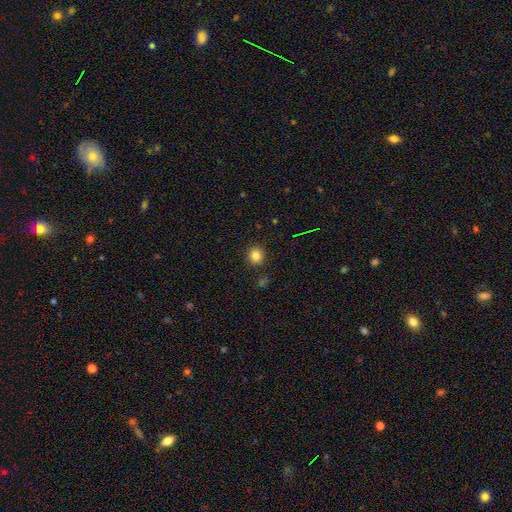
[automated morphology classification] A smooth galaxy with no disk features (82%) that is round (91%). Merging: none (90%).